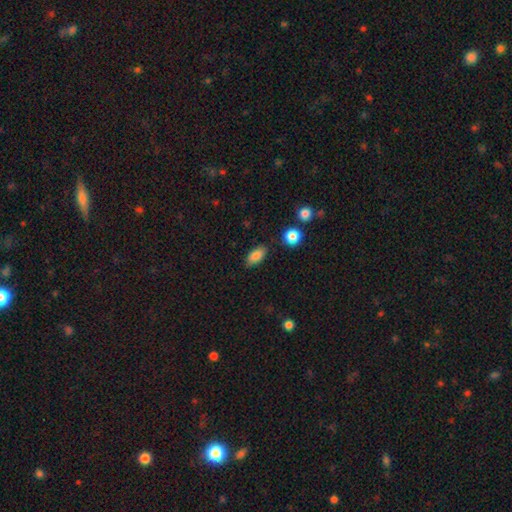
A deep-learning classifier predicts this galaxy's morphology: Smooth or featured?
  - smooth: 85% *
  - star or artifact: 8%
  - featured or disk: 7%
How rounded?
  - in between: 88% *
  - cigar-shaped: 6%
  - round: 5%
Merging?
  - none: 83% *
  - minor disturbance: 12%
  - major disturbance: 3%
  - merger: 2%